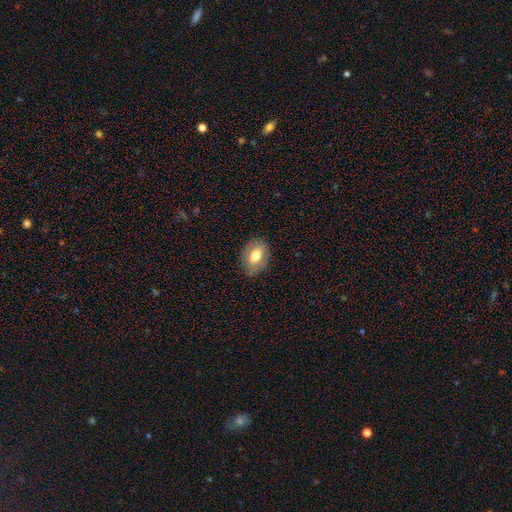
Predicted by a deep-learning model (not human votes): smooth 70%, featured or disk 22%, star or artifact 8%. Down the decision tree: how rounded — in between (81%); merging — none (85%).